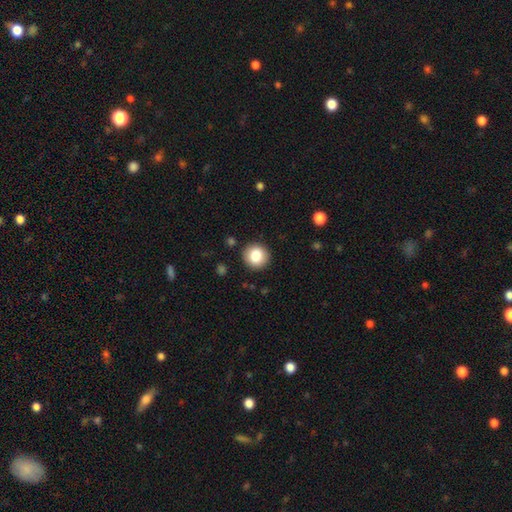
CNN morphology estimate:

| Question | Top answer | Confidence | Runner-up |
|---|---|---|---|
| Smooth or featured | smooth | 83% | star or artifact (9%) |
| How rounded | round | 92% | in between (7%) |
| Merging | none | 90% | minor disturbance (6%) |